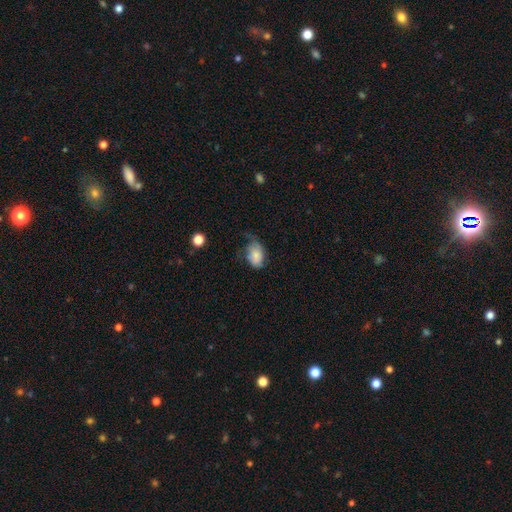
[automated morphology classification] This appears to be a smooth galaxy with no disk features (70%) that is in between round and cigar-shaped (85%). Merging: minor disturbance (37%).